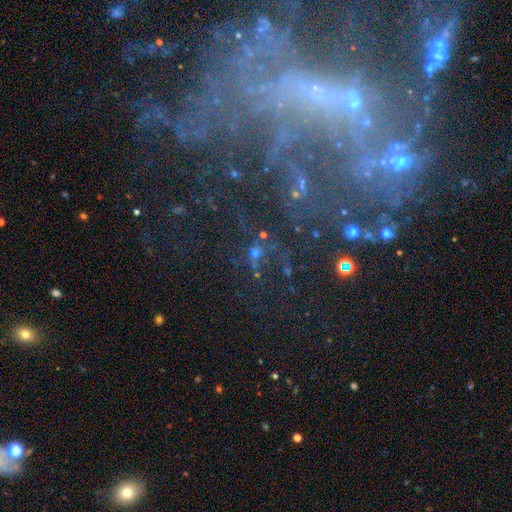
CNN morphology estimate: The model was most divided on "smooth or featured": star or artifact: 51%, smooth: 33%, featured or disk: 17%.